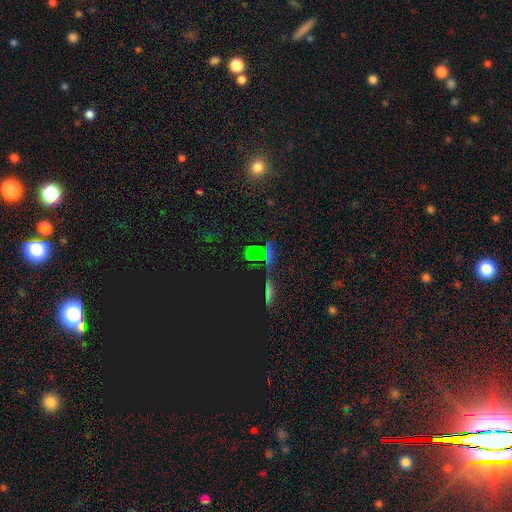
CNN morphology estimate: A smooth galaxy with no disk features (46%).

Vote fractions:
- Smooth or featured? smooth: 46% / star or artifact: 44% / featured or disk: 10%
- Merging? none: 78% / minor disturbance: 10% / merger: 6% / major disturbance: 5%